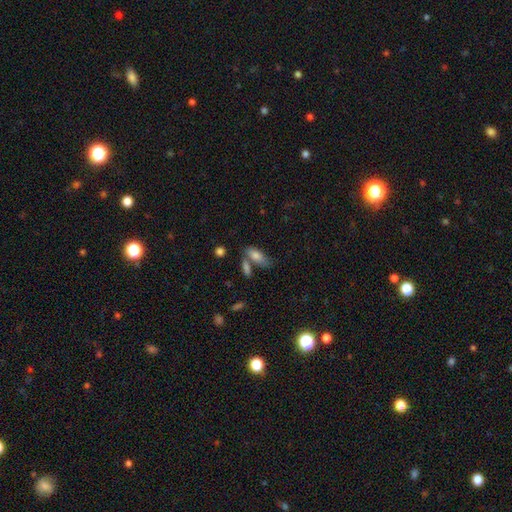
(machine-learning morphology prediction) smooth 79%, featured or disk 14%, star or artifact 8%. Down the decision tree: how rounded — in between (77%); merging — none (50%).